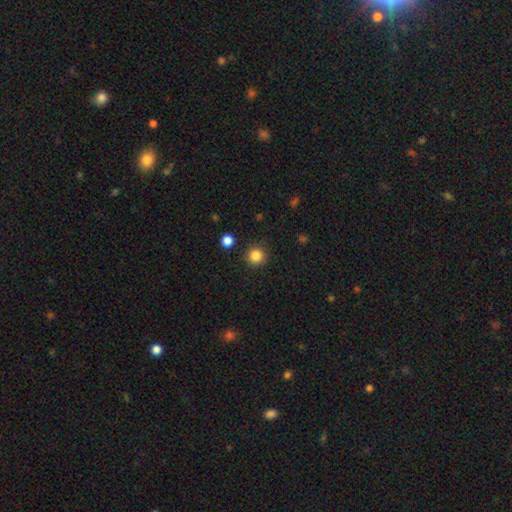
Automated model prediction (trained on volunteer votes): smooth-or-featured: smooth: 85% | star or artifact: 11% | featured or disk: 4%
  how-rounded: round: 94% | in between: 5% | cigar-shaped: 1%
  merging: none: 90% | minor disturbance: 6% | major disturbance: 2% | merger: 2%